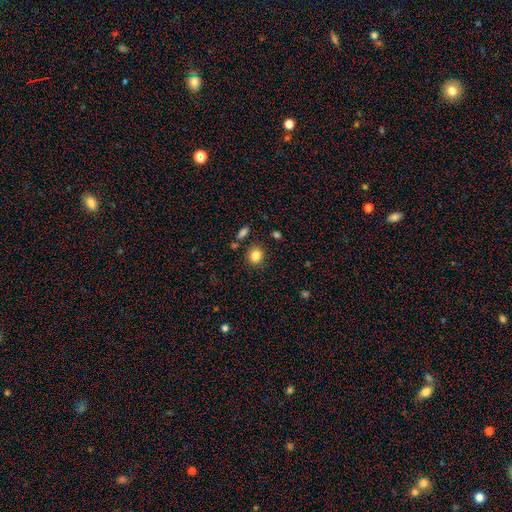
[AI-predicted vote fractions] smooth-or-featured: smooth: 85% | star or artifact: 10% | featured or disk: 5%
  how-rounded: round: 82% | in between: 17% | cigar-shaped: 1%
  merging: none: 85% | minor disturbance: 8% | merger: 4% | major disturbance: 3%